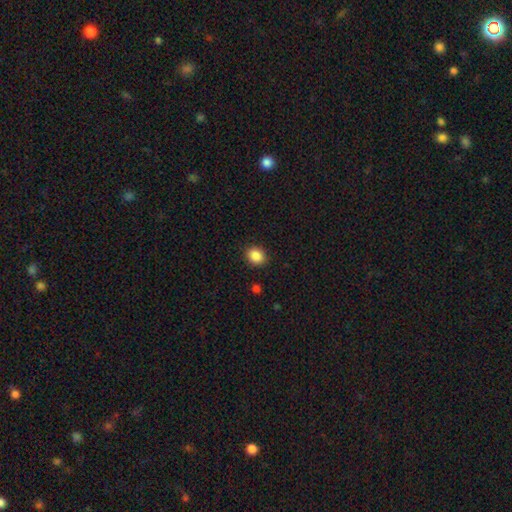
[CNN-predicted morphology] type=smooth (87%); roundness=round (53%); merging=none (89%).